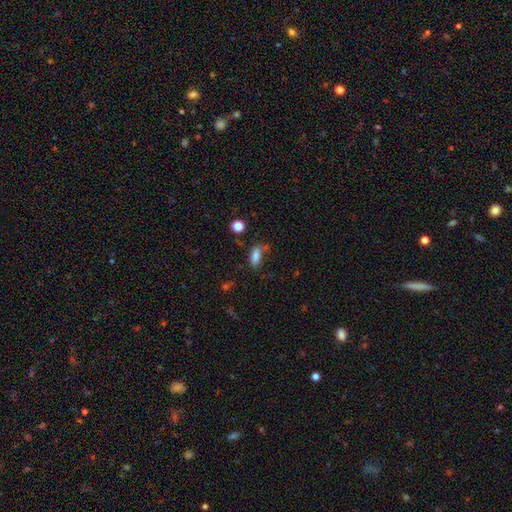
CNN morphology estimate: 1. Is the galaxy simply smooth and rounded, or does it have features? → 81% smooth, 10% star or artifact, 9% featured or disk.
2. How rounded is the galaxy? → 80% in between, 15% cigar-shaped, 4% round.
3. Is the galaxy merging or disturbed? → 66% none, 20% minor disturbance, 8% merger, 6% major disturbance.